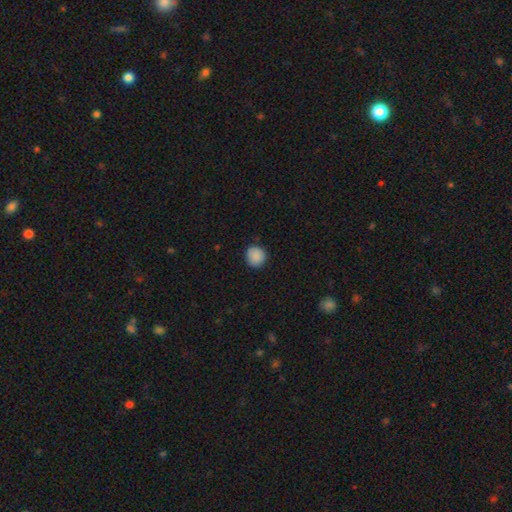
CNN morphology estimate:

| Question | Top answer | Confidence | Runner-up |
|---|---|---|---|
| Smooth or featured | smooth | 89% | star or artifact (8%) |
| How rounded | round | 90% | in between (9%) |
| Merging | none | 87% | minor disturbance (10%) |